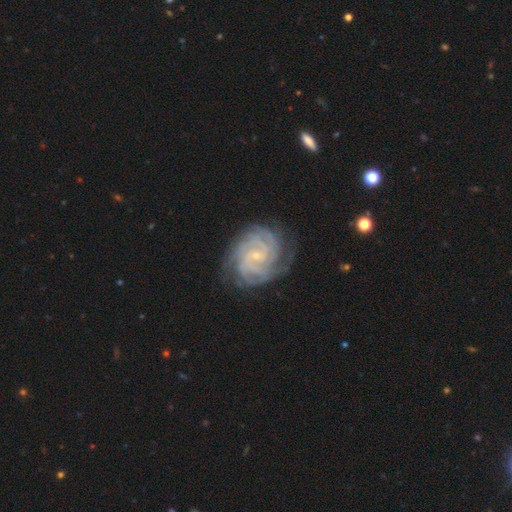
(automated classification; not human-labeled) This is clearly a featured or disk galaxy (90%). It is clearly not viewed edge-on (98%). Bar: possibly no (51%). Spiral arm pattern: clearly yes (98%). Spiral arm count: marginally 4 (29%). Spiral winding: likely tight (79%). Central bulge: clearly small (82%). Merging: likely none (79%).